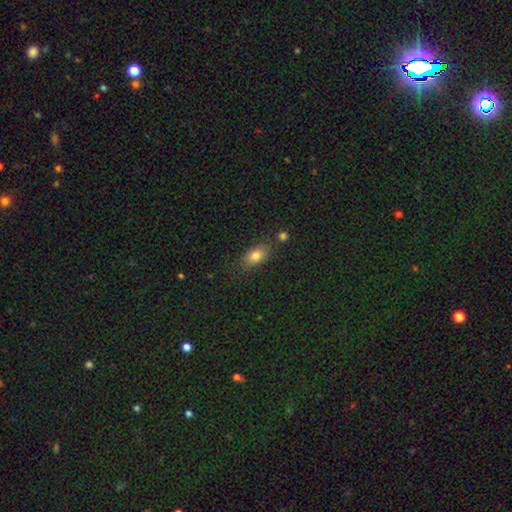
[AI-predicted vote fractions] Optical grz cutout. It shows a smooth galaxy with no disk features (81%) that is in between round and cigar-shaped (84%). Merging: none (76%).